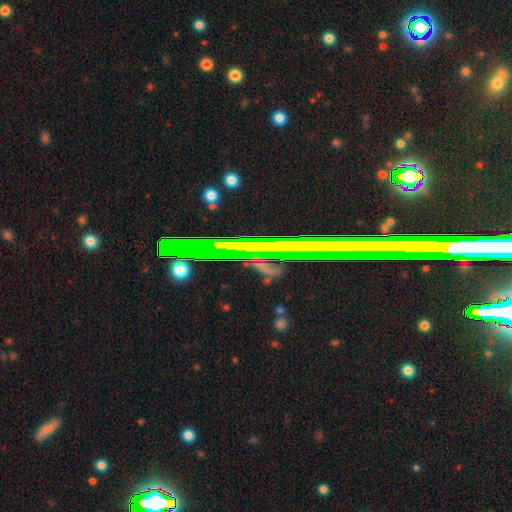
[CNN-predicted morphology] Smooth or featured?
  - star or artifact: 49% *
  - featured or disk: 36%
  - smooth: 15%